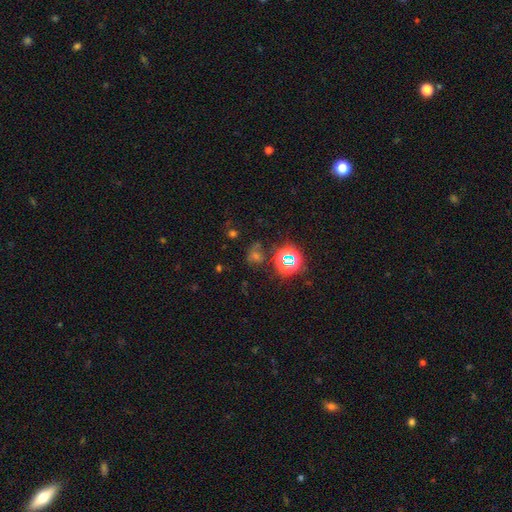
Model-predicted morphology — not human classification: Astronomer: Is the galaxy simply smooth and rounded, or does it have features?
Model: star or artifact — 61%.